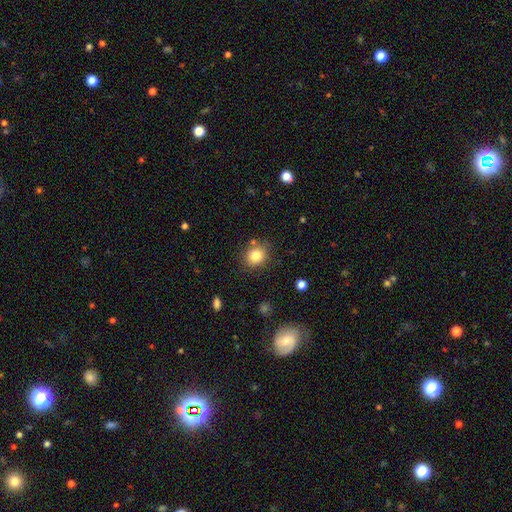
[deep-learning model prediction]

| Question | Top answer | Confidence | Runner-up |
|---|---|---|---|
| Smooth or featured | smooth | 81% | star or artifact (11%) |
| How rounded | round | 69% | in between (30%) |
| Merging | none | 80% | minor disturbance (12%) |